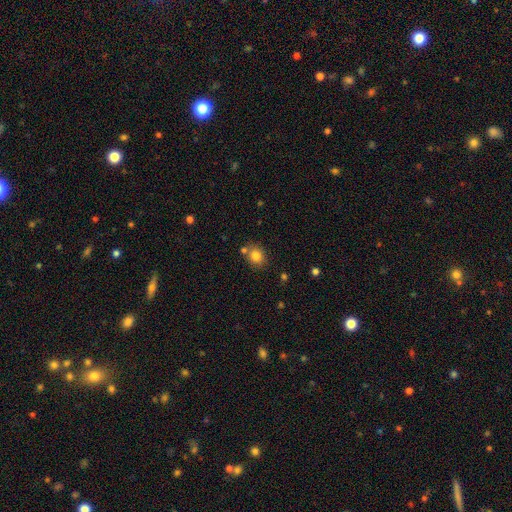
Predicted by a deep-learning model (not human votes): Smooth or featured?
  - smooth: 82% *
  - star or artifact: 11%
  - featured or disk: 8%
How rounded?
  - round: 60% *
  - in between: 39%
  - cigar-shaped: 1%
Merging?
  - none: 71% *
  - merger: 13%
  - minor disturbance: 13%
  - major disturbance: 4%